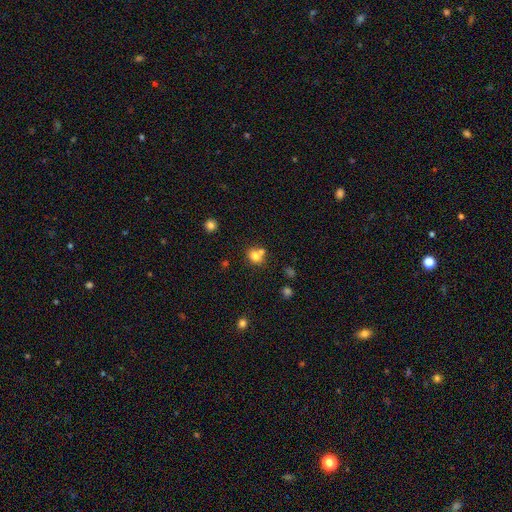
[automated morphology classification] smooth-or-featured: smooth: 76% | star or artifact: 13% | featured or disk: 11%
  how-rounded: round: 70% | in between: 29% | cigar-shaped: 1%
  merging: none: 48% | merger: 39% | minor disturbance: 10% | major disturbance: 3%